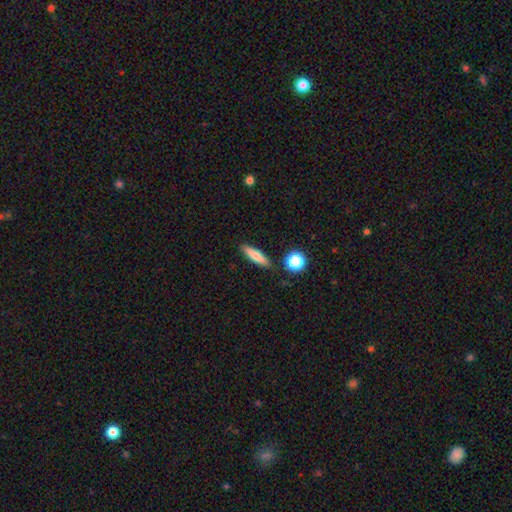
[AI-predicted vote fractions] A smooth galaxy with no disk features (71%) that is cigar-shaped (75%).

Vote fractions:
- Smooth or featured? smooth: 71% / featured or disk: 21% / star or artifact: 8%
- How rounded? cigar-shaped: 75% / in between: 22% / round: 4%
- Merging? none: 87% / minor disturbance: 8% / merger: 3% / major disturbance: 2%